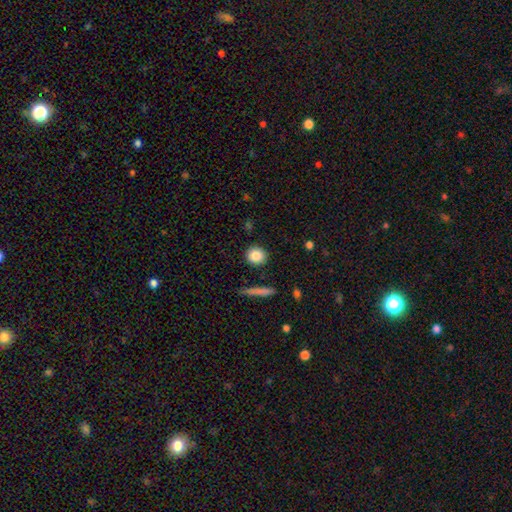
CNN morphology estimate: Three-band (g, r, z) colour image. It shows a smooth galaxy with no disk features (86%) that is round (86%). Merging: none (89%).